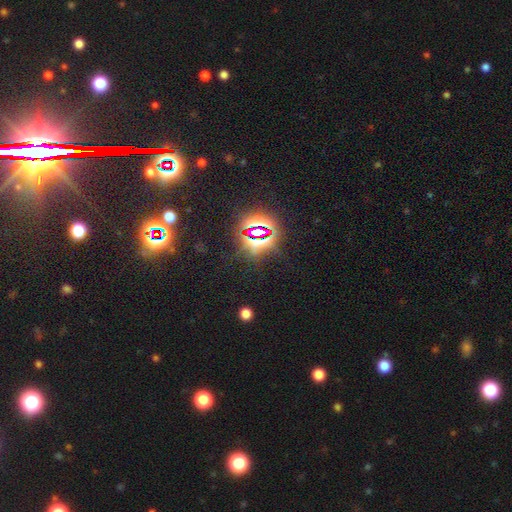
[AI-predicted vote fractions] Overall: star or artifact (84%).